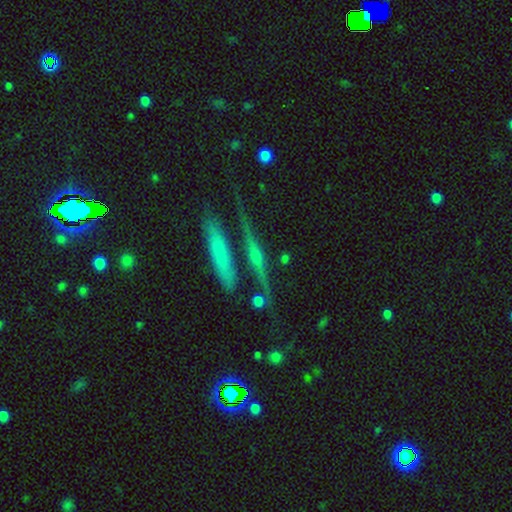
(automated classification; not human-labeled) smooth-or-featured: featured or disk: 56% | smooth: 30% | star or artifact: 14%
  disk-edge-on: yes: 89% | no: 11%
    edge-on-bulge: rounded: 48% | none: 42% | boxy: 10%
  merging: none: 73% | minor disturbance: 12% | merger: 9% | major disturbance: 5%